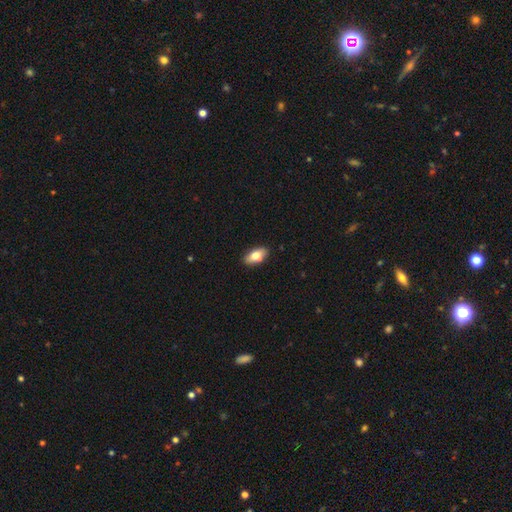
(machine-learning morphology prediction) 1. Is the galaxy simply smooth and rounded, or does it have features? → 77% smooth, 16% featured or disk, 7% star or artifact.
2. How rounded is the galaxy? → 89% in between, 7% cigar-shaped, 4% round.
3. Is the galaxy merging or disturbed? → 84% none, 12% minor disturbance, 2% merger, 2% major disturbance.